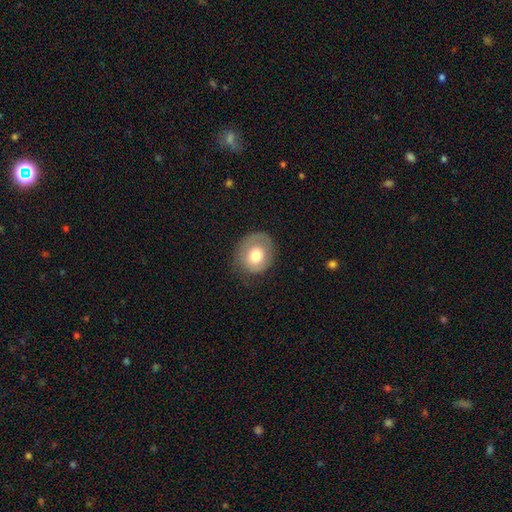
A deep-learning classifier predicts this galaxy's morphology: A smooth galaxy with no disk features (69%) that is round (75%). Merging: none (69%).